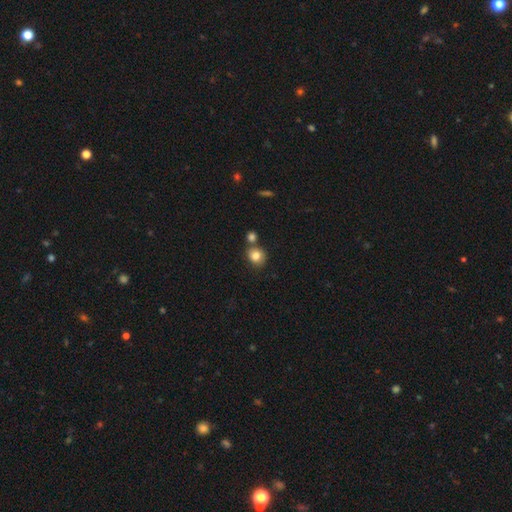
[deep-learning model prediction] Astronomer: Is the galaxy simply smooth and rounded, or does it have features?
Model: smooth — 82%.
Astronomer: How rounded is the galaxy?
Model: round — 76%.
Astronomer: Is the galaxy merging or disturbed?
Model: none — 62%.